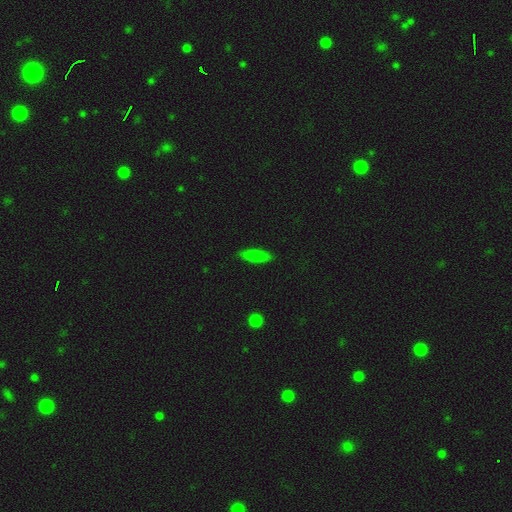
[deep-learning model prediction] The model was most divided on "how rounded": cigar-shaped: 57%, in between: 41%, round: 2%. More confident: merging — none (88%); smooth or featured — smooth (84%).